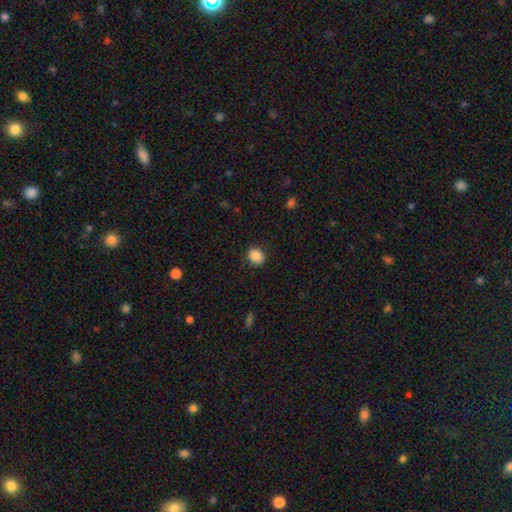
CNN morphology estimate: smooth 88%, star or artifact 9%, featured or disk 3%. Down the decision tree: how rounded — round (62%); merging — none (90%).